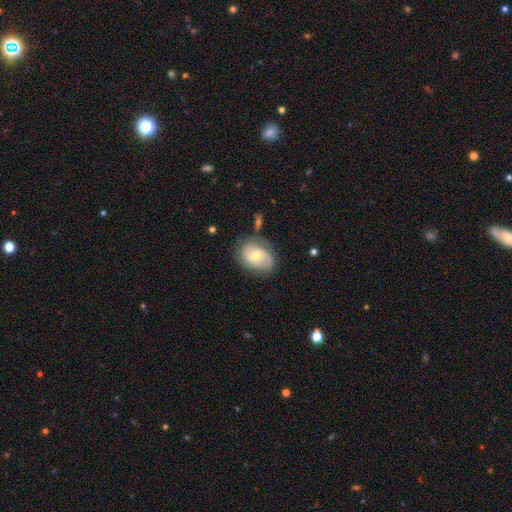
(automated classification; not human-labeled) Smooth or featured: featured or disk — 65% (smooth — 28%)
Edge-on disk: no — 97% (yes — 3%)
Bar: no — 53% (weak — 40%)
Spiral arms: yes — 88% (no — 12%)
Spiral winding: medium — 42% (loose — 30%)
Spiral arm count: 2 — 57% (1 — 20%)
Bulge size: moderate — 52% (small — 43%)
Merging: none — 60% (minor disturbance — 25%)